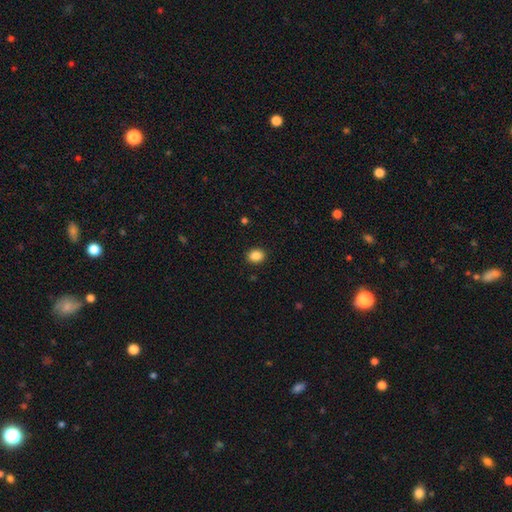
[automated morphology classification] smooth_or_featured: smooth (p=0.88) [alt: star or artifact p=0.09]
how_rounded: round (p=0.54) [alt: in between p=0.45]
merging: none (p=0.91) [alt: minor disturbance p=0.06]